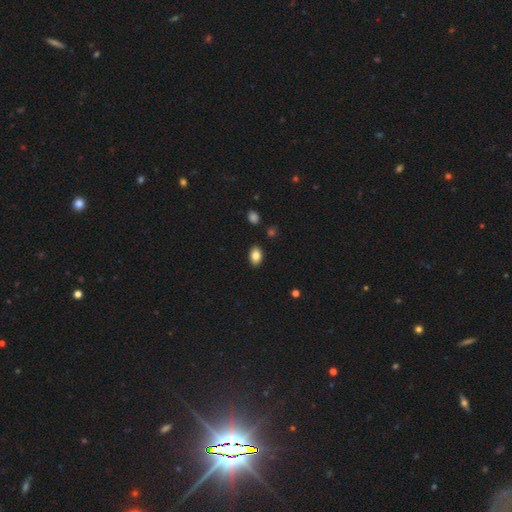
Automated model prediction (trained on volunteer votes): Smooth or featured?
  - smooth: 84% *
  - star or artifact: 8%
  - featured or disk: 7%
How rounded?
  - in between: 88% *
  - round: 11%
  - cigar-shaped: 1%
Merging?
  - none: 88% *
  - minor disturbance: 8%
  - major disturbance: 2%
  - merger: 2%